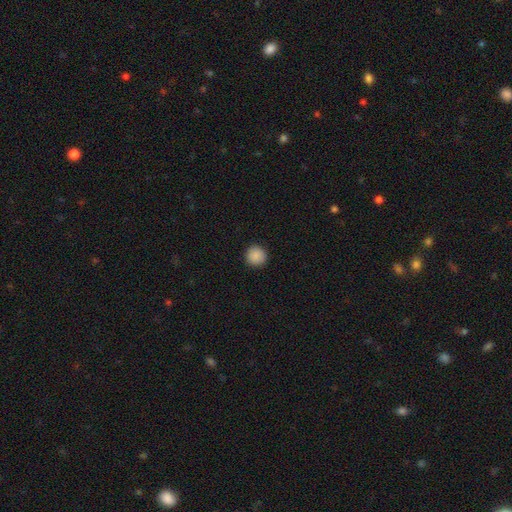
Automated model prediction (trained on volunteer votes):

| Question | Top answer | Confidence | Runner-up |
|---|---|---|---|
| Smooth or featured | smooth | 88% | star or artifact (9%) |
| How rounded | round | 95% | in between (4%) |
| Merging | none | 93% | minor disturbance (5%) |